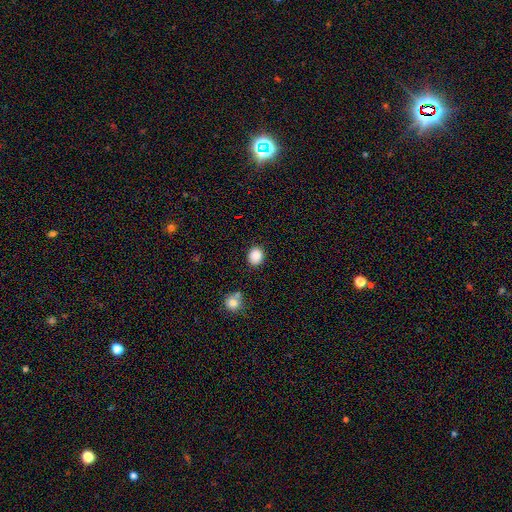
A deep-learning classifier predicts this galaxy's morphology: type=smooth (87%); roundness=round (64%); merging=none (85%).